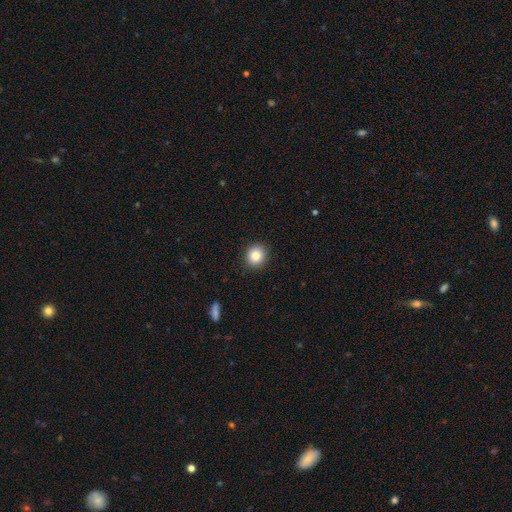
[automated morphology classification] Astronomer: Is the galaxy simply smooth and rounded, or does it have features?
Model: smooth — 84%.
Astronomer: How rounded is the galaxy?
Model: round — 86%.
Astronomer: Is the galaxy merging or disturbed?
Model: none — 91%.